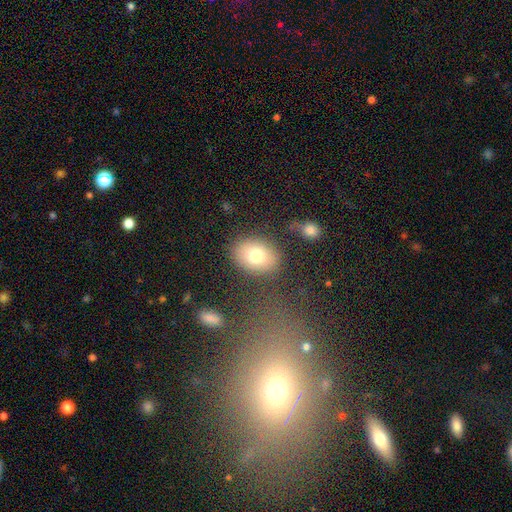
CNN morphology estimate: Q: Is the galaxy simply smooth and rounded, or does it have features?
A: smooth — 76%.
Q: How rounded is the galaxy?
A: in between — 65%.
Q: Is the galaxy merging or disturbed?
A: none — 81%.